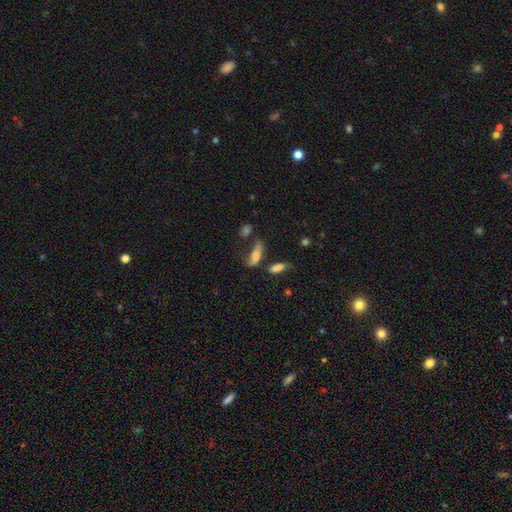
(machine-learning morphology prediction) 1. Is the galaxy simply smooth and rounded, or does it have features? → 62% smooth, 28% featured or disk, 9% star or artifact.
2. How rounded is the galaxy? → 49% cigar-shaped, 48% in between, 3% round.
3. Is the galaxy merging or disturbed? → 44% none, 24% minor disturbance, 18% major disturbance, 14% merger.